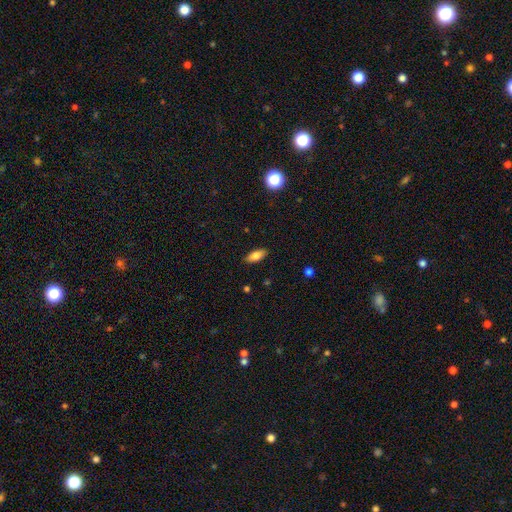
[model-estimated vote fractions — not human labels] Smooth or featured: smooth — 79% (featured or disk — 13%)
How rounded: in between — 85% (cigar-shaped — 12%)
Merging: none — 88% (minor disturbance — 9%)